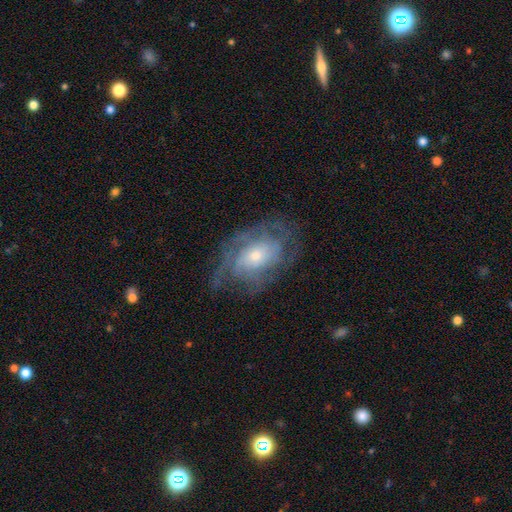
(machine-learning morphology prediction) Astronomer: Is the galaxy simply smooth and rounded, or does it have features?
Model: featured or disk — 74%.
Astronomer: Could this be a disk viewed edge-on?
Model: no — 95%.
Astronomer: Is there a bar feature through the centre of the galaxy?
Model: no — 75%.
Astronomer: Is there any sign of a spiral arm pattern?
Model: yes — 82%.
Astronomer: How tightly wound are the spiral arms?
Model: tight — 53% (runner-up: medium, 33%).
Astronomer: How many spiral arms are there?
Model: can't tell — 51%.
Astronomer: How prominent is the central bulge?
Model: small — 47% (runner-up: moderate, 44%).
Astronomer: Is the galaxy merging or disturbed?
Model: none — 63%.